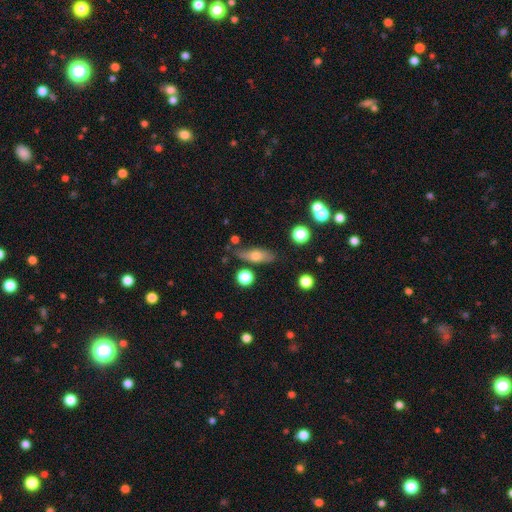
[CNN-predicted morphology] This is possibly a smooth galaxy (60%). How rounded: possibly in between (59%). Merging: likely none (71%).